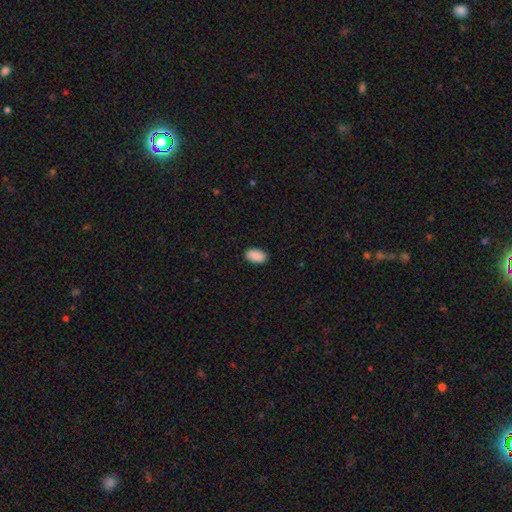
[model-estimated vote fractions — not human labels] smooth 90%, star or artifact 7%, featured or disk 3%. Down the decision tree: how rounded — in between (93%); merging — none (89%).